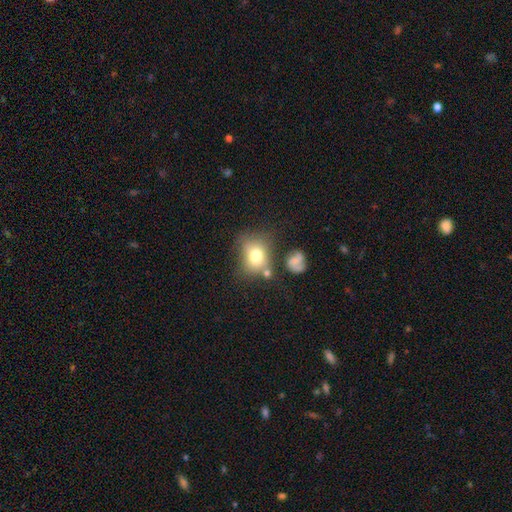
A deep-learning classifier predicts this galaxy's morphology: smooth-or-featured: smooth: 75% | featured or disk: 14% | star or artifact: 10%
  how-rounded: in between: 51% | round: 48% | cigar-shaped: 1%
  merging: none: 54% | minor disturbance: 22% | merger: 13% | major disturbance: 11%